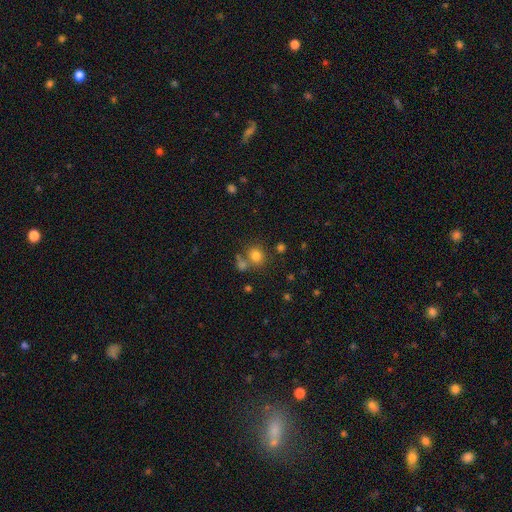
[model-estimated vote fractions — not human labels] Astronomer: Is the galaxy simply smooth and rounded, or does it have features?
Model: smooth — 78%.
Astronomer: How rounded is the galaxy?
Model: round — 80%.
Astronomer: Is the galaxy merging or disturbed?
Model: none — 65%.